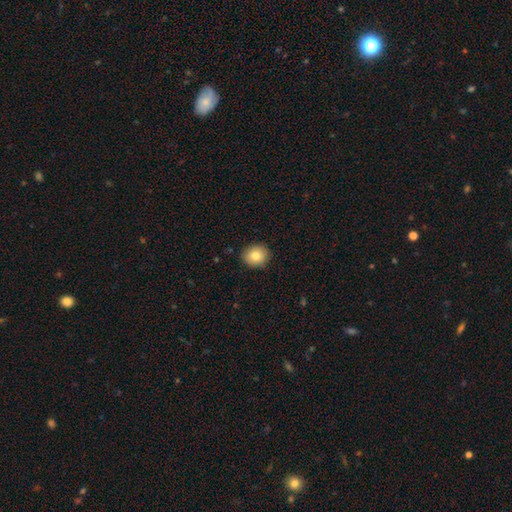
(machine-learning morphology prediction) The model was most divided on "how rounded": round: 71%, in between: 28%, cigar-shaped: 1%. More confident: merging — none (89%); smooth or featured — smooth (83%).